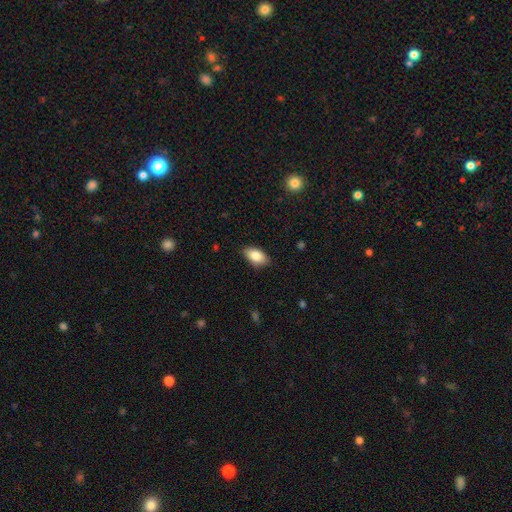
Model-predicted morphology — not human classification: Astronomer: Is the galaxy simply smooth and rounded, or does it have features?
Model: smooth — 84%.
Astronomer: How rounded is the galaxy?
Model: in between — 92%.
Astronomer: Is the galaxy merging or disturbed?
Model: none — 84%.